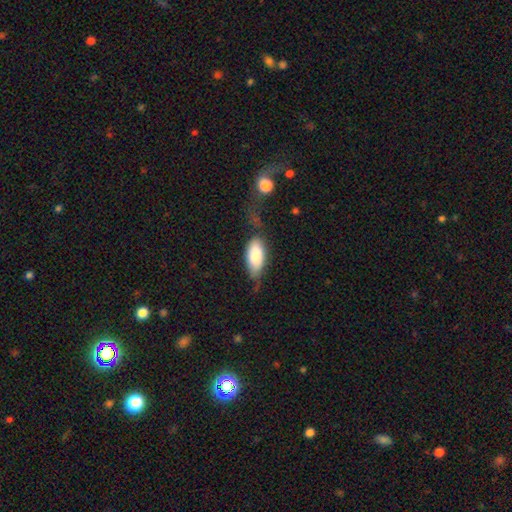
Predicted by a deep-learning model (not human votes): A smooth galaxy with no disk features (79%) that is in between round and cigar-shaped (87%).

Vote fractions:
- Smooth or featured? smooth: 79% / featured or disk: 15% / star or artifact: 6%
- How rounded? in between: 87% / cigar-shaped: 11% / round: 2%
- Merging? none: 44% / minor disturbance: 32% / major disturbance: 19% / merger: 5%